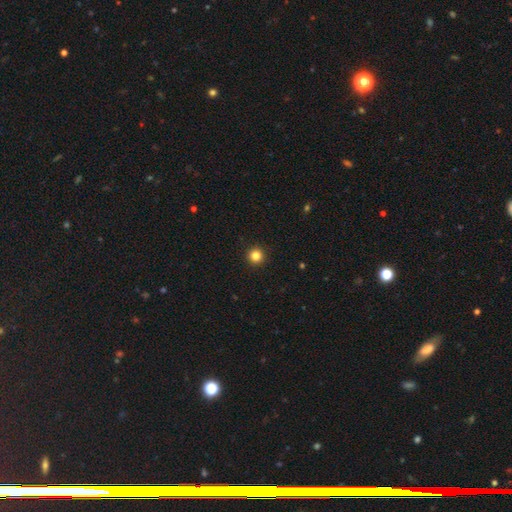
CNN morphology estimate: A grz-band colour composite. It shows a smooth galaxy with no disk features (83%) that is round (96%). Merging: none (94%).